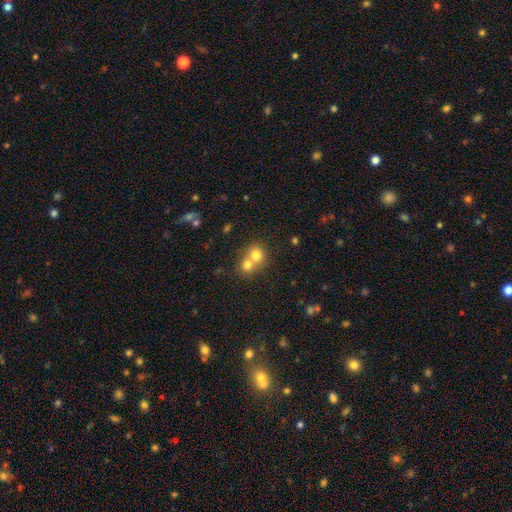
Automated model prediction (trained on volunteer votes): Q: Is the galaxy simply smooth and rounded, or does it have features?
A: smooth — 74%.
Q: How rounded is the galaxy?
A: round — 77%.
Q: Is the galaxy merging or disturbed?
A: merger — 63%.